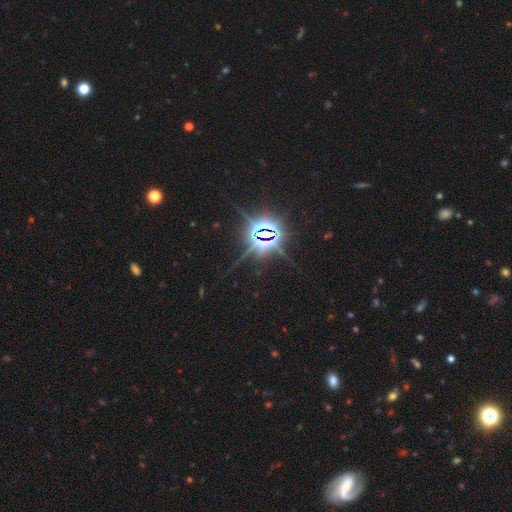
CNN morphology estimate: smooth_or_featured: star or artifact (p=0.85) [alt: smooth p=0.08]